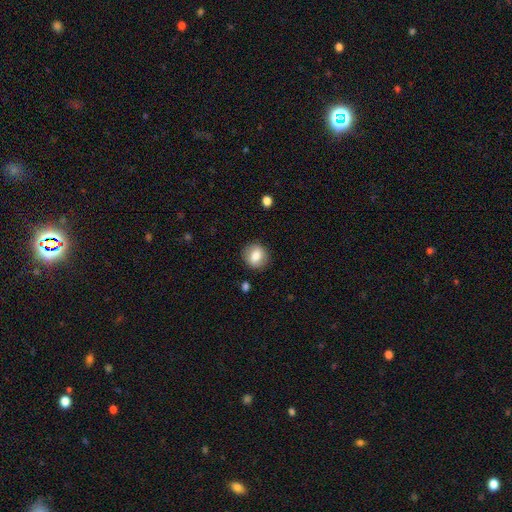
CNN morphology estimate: A smooth galaxy with no disk features (79%) that is round (77%). Merging: none (87%).